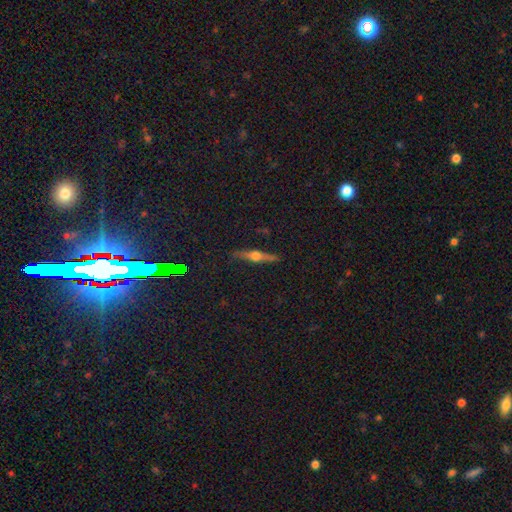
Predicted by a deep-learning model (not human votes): Morphology: type=featured or disk (71%); edge-on=yes (97%); edge-on bulge=rounded (93%); merging=none (87%).